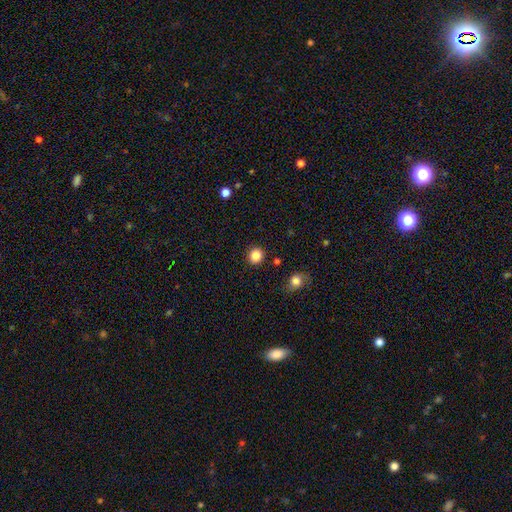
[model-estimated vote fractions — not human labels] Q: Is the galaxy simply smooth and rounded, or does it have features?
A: smooth — 85%.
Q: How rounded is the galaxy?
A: round — 90%.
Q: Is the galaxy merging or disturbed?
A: none — 91%.